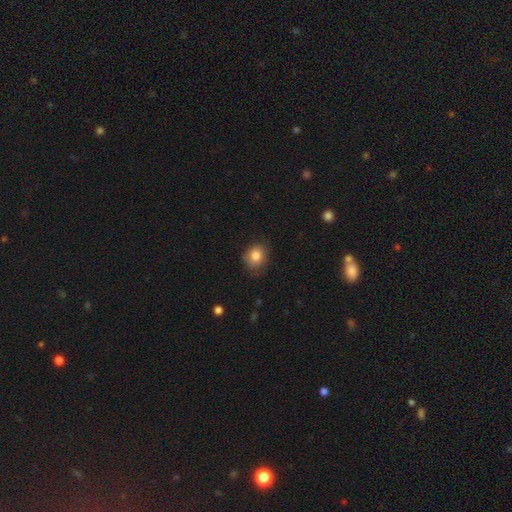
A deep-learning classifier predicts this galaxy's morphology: Q: Smooth or featured?
A: smooth (84%); runner-up: star or artifact (9%)
Q: How rounded?
A: round (68%); runner-up: in between (32%)
Q: Merging?
A: none (73%); runner-up: minor disturbance (21%)